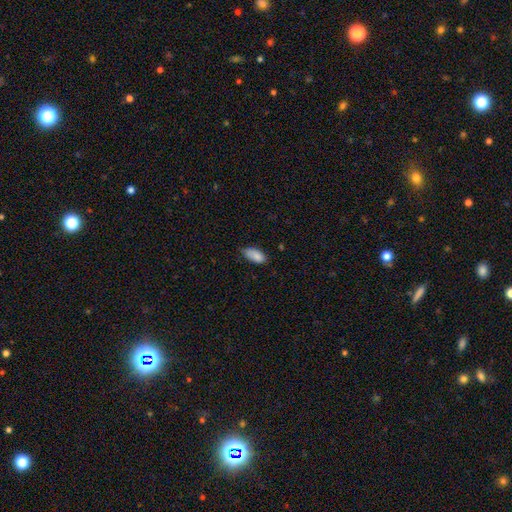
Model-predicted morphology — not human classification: smooth_or_featured: smooth (p=0.87) [alt: star or artifact p=0.07]
how_rounded: in between (p=0.91) [alt: cigar-shaped p=0.06]
merging: none (p=0.63) [alt: minor disturbance p=0.31]